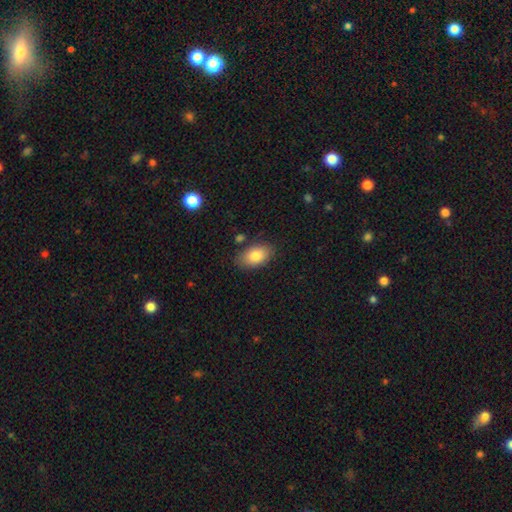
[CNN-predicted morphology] smooth-or-featured: smooth: 82% | featured or disk: 10% | star or artifact: 7%
  how-rounded: in between: 91% | round: 8% | cigar-shaped: 2%
  merging: none: 80% | minor disturbance: 14% | major disturbance: 3% | merger: 3%